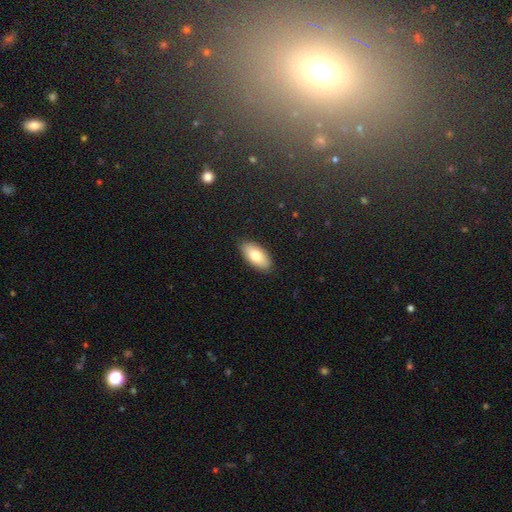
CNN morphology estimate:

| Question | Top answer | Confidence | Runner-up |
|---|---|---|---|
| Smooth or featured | smooth | 78% | featured or disk (16%) |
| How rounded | in between | 92% | cigar-shaped (5%) |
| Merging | none | 88% | minor disturbance (9%) |